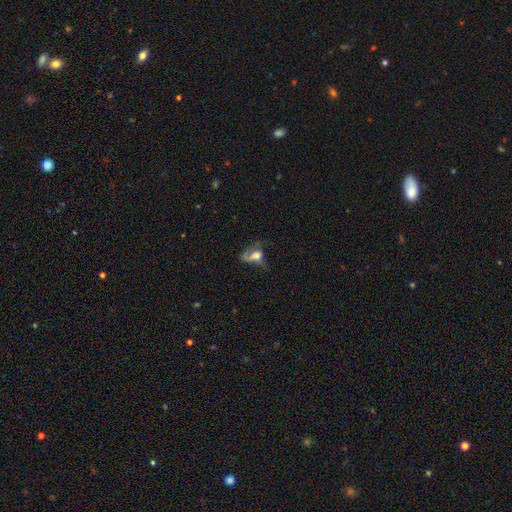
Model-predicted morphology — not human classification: This appears to be a smooth galaxy with no disk features (45%). Merging: major disturbance (52%).